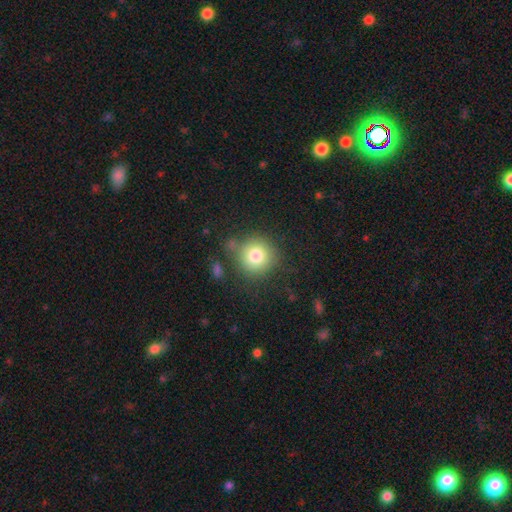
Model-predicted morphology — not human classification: A smooth galaxy with no disk features (79%) that is round (92%).

Vote fractions:
- Smooth or featured? smooth: 79% / star or artifact: 11% / featured or disk: 10%
- How rounded? round: 92% / in between: 7% / cigar-shaped: 1%
- Merging? none: 76% / minor disturbance: 14% / major disturbance: 5% / merger: 5%